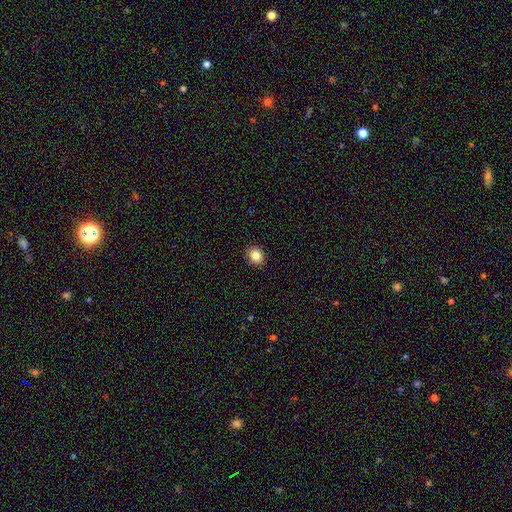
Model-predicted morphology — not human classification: This appears to be a smooth galaxy with no disk features (84%) that is round (59%). Merging: none (91%).